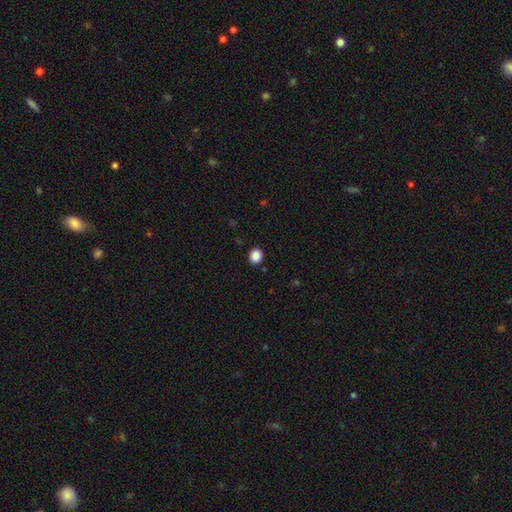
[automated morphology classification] smooth-or-featured: smooth: 88% | star or artifact: 10% | featured or disk: 3%
  how-rounded: round: 68% | in between: 31% | cigar-shaped: 1%
  merging: none: 91% | minor disturbance: 6% | major disturbance: 2% | merger: 1%